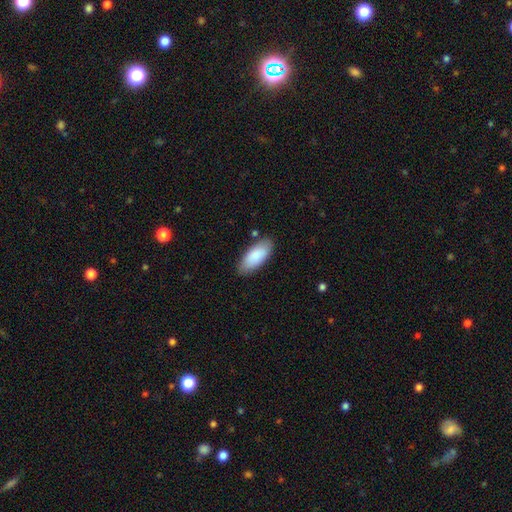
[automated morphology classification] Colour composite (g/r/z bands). It shows a smooth galaxy with no disk features (86%) that is in between round and cigar-shaped (87%). Merging: none (83%).